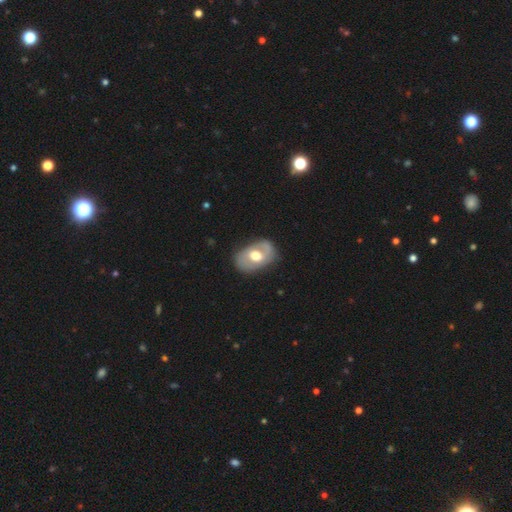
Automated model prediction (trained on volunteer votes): Morphology: type=featured or disk (60%); edge-on=no (94%); bar=no (63%); spiral arms=yes (50%, tied with no); bulge=moderate (62%); merging=none (75%).